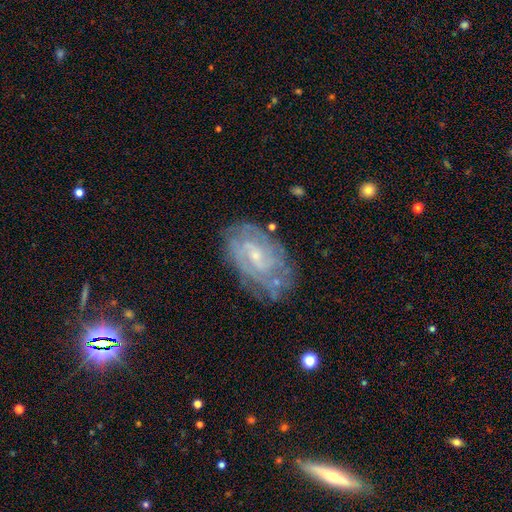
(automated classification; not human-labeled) This appears to be a featured or disk galaxy (80%) with a weak bar (46%), tight (61%) spiral arms (91%) and a small central bulge (70%). Merging: none (70%).